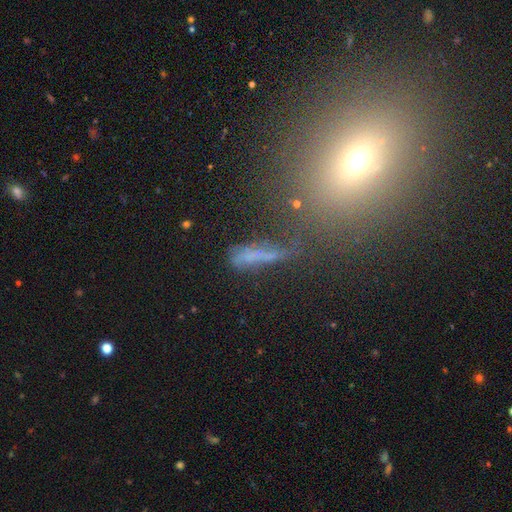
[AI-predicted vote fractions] This appears to be a smooth galaxy with no disk features (39%). Merging: none (38%).